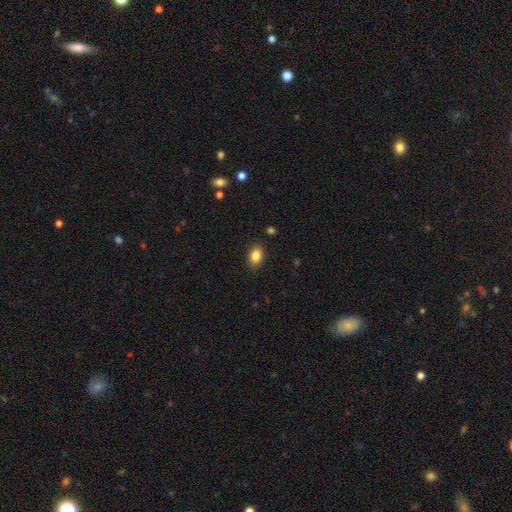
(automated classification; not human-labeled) Smooth or featured: smooth — 85% (star or artifact — 9%)
How rounded: in between — 79% (round — 20%)
Merging: none — 87% (minor disturbance — 9%)